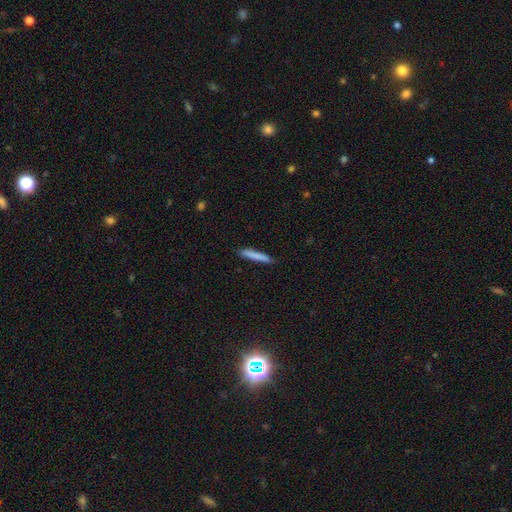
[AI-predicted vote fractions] Smooth or featured? smooth (80%)
How rounded? cigar-shaped (94%)
Merging? none (87%)